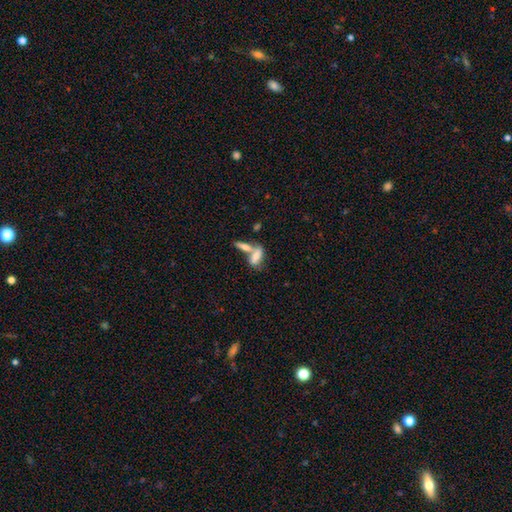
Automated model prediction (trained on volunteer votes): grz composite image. It shows a smooth galaxy with no disk features (63%) that is in between round and cigar-shaped (71%). Merging: merger (59%).